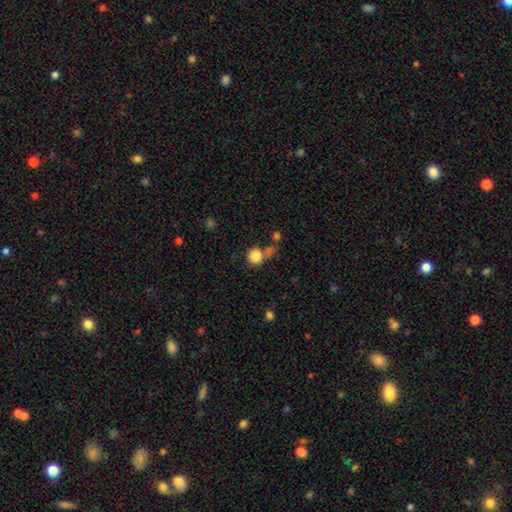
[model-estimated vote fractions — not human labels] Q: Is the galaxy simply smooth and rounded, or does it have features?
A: smooth — 84%.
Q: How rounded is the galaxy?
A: round — 83%.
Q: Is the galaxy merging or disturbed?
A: none — 47%.